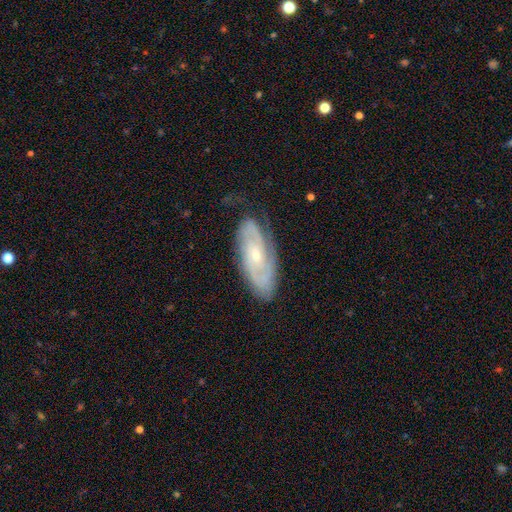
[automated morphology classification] Overall: featured or disk (83%). Edge-on disk: no (92%). Bar: no (65%; weak 28%). Spiral arms: yes (96%). Spiral arm count: 2 (45%; can't tell 23%). Spiral winding: tight (59%; medium 34%). Bulge size: small (65%; moderate 31%). Merging: none (75%).